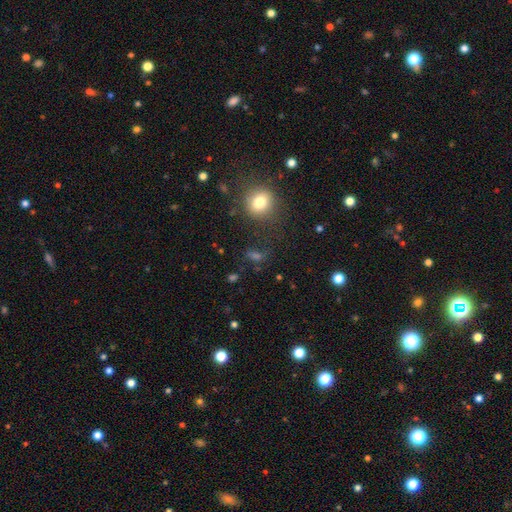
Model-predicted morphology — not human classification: Smooth or featured? smooth (52%)
How rounded? round (49%)
Merging? none (69%)